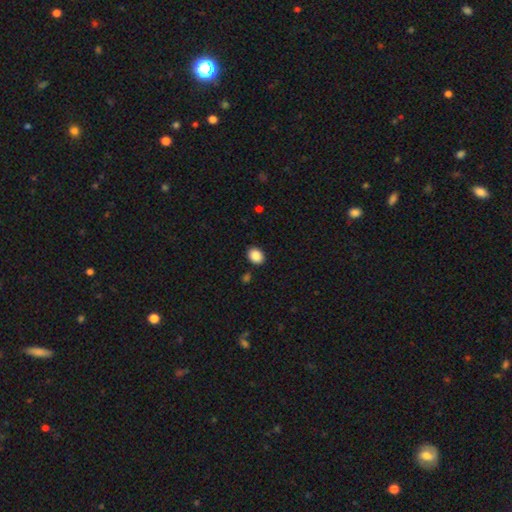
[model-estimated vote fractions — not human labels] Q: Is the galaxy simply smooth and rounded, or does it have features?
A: smooth — 89%.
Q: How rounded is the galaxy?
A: in between — 59%.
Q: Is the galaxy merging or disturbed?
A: none — 88%.